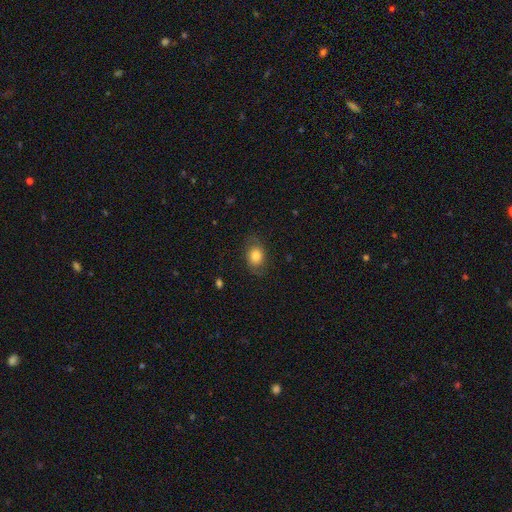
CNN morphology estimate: smooth_or_featured: smooth (p=0.75) [alt: featured or disk p=0.16]
how_rounded: in between (p=0.62) [alt: round p=0.37]
merging: none (p=0.75) [alt: minor disturbance p=0.18]